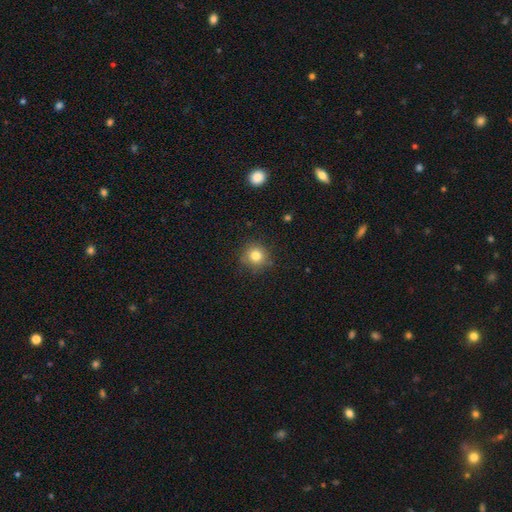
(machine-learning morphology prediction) This is clearly a smooth galaxy (80%). How rounded: clearly round (91%). Merging: clearly none (85%).